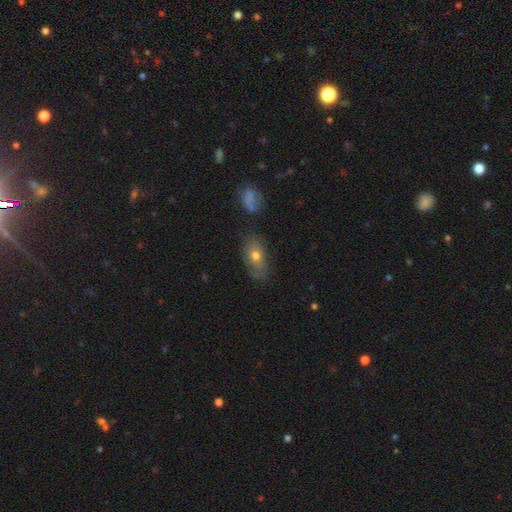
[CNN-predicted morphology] Smooth or featured: smooth — 64% (featured or disk — 27%)
How rounded: in between — 86% (round — 10%)
Merging: none — 65% (minor disturbance — 23%)